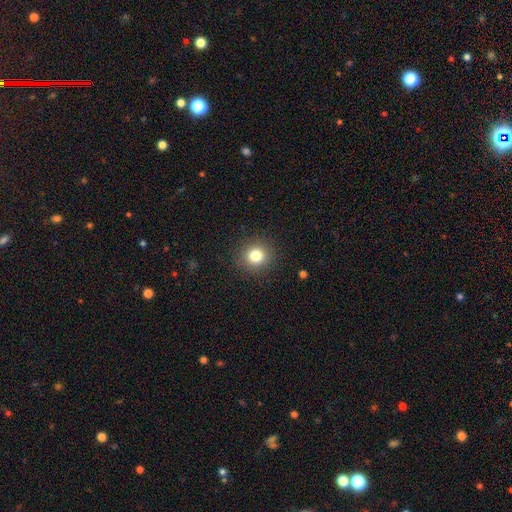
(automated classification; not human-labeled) Smooth or featured: smooth — 81% (star or artifact — 12%)
How rounded: round — 90% (in between — 9%)
Merging: none — 91% (minor disturbance — 6%)